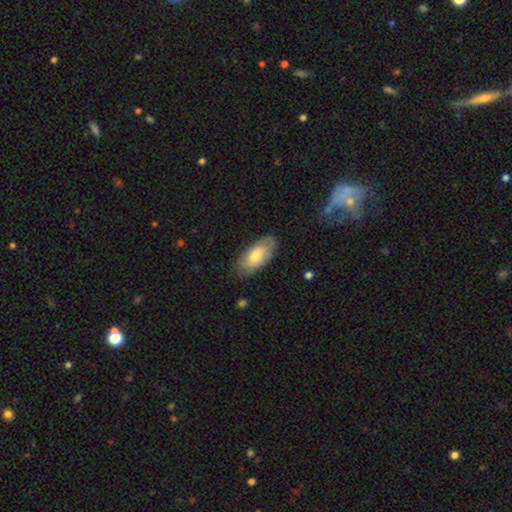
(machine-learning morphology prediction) The model was most divided on "smooth or featured": smooth: 67%, featured or disk: 27%, star or artifact: 6%. More confident: how rounded — in between (90%); merging — none (78%).